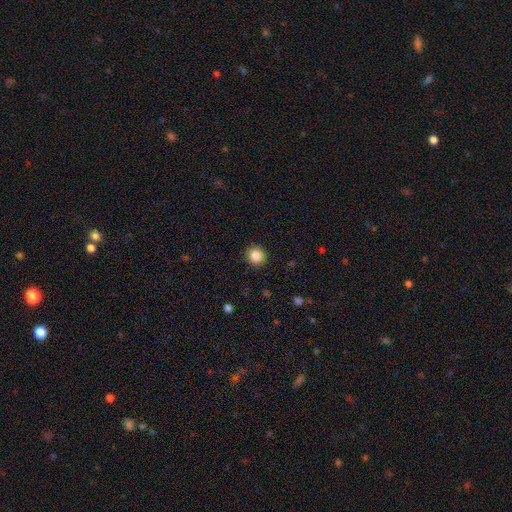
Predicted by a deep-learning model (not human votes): A smooth galaxy with no disk features (85%) that is round (87%). Merging: none (91%).